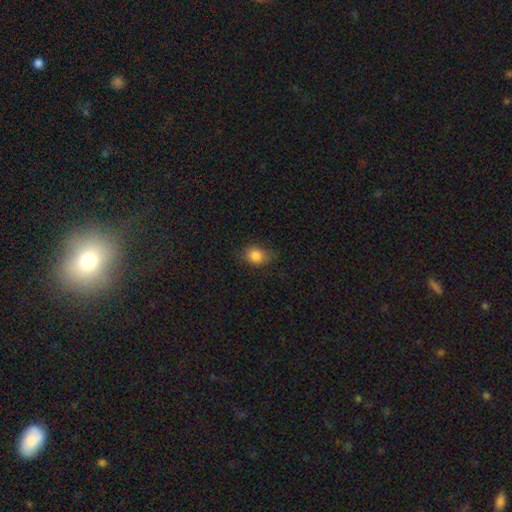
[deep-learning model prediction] This appears to be a smooth galaxy with no disk features (83%) that is in between round and cigar-shaped (50%). Merging: none (72%).